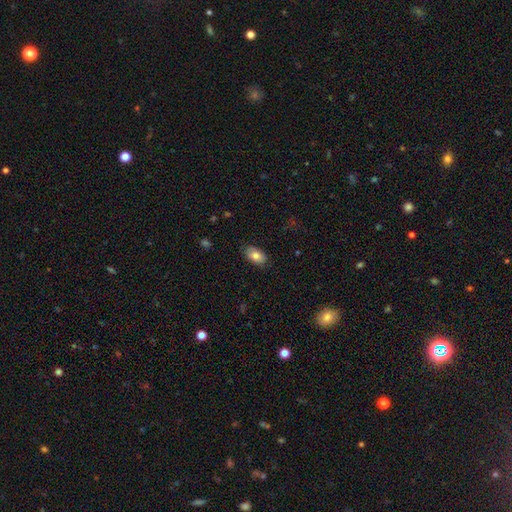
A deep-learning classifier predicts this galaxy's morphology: smooth-or-featured: smooth: 81% | featured or disk: 12% | star or artifact: 7%
  how-rounded: in between: 92% | round: 6% | cigar-shaped: 2%
  merging: none: 85% | minor disturbance: 12% | major disturbance: 2% | merger: 1%